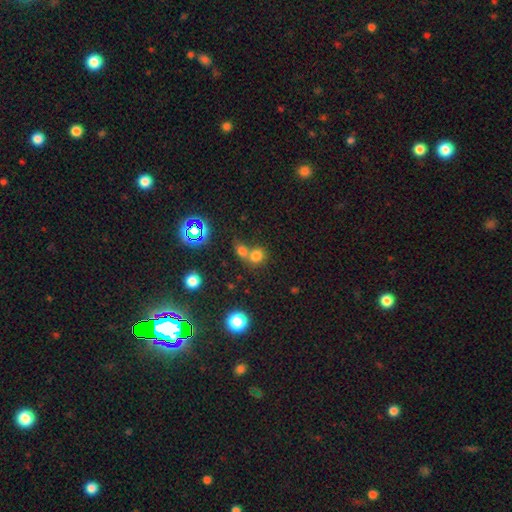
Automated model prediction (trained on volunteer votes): Q: Smooth or featured?
A: smooth (71%); runner-up: star or artifact (20%)
Q: How rounded?
A: round (75%); runner-up: in between (24%)
Q: Merging?
A: merger (53%); runner-up: none (37%)